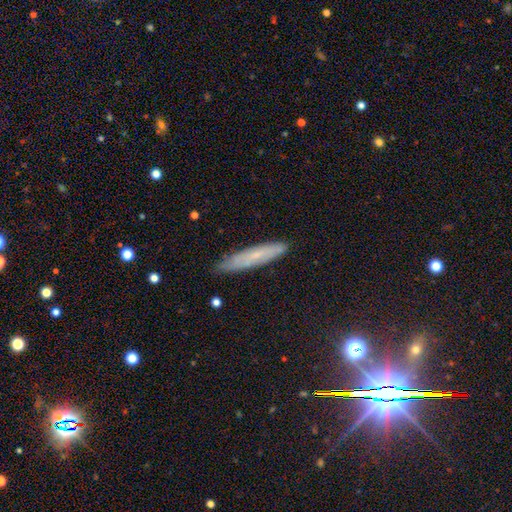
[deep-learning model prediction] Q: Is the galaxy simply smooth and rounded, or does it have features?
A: smooth — 55%.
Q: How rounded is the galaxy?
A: cigar-shaped — 90%.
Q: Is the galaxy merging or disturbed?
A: none — 86%.